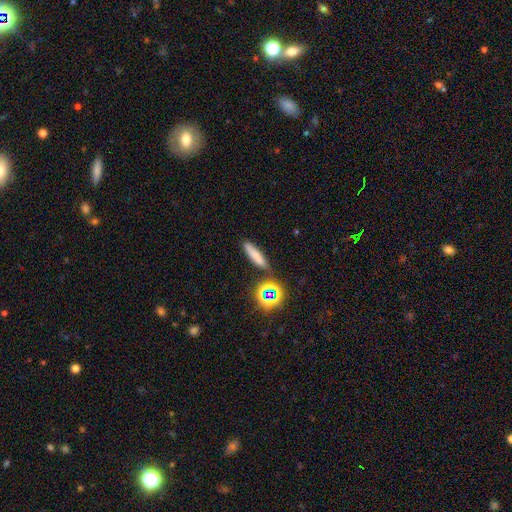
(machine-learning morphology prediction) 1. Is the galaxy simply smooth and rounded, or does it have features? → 68% smooth, 19% star or artifact, 13% featured or disk.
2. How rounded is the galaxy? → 77% cigar-shaped, 17% in between, 6% round.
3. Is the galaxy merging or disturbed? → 77% none, 11% minor disturbance, 8% merger, 4% major disturbance.